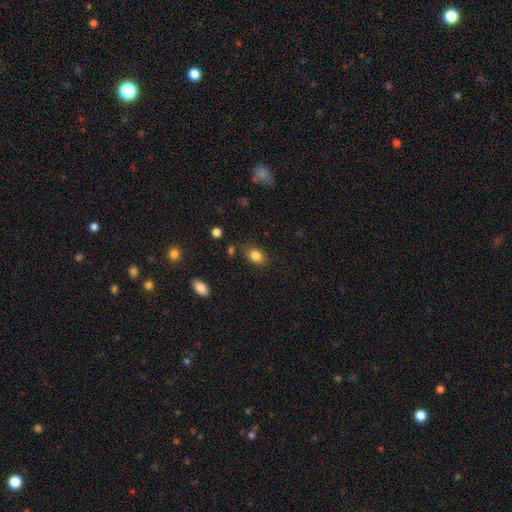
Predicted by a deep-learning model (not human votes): Smooth or featured?
  - smooth: 83% *
  - star or artifact: 10%
  - featured or disk: 7%
How rounded?
  - in between: 77% *
  - round: 21%
  - cigar-shaped: 2%
Merging?
  - none: 78% *
  - minor disturbance: 15%
  - major disturbance: 4%
  - merger: 3%